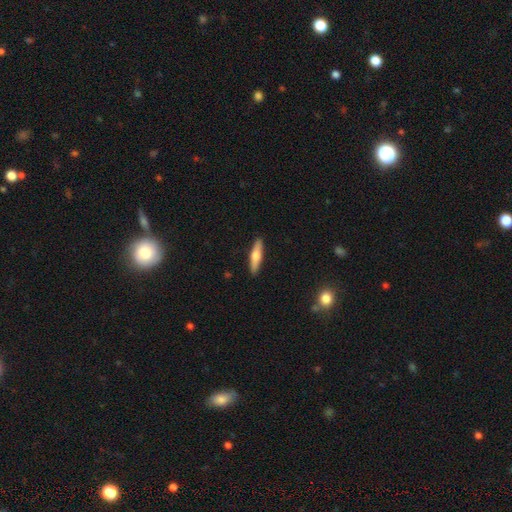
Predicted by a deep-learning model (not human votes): This appears to be a smooth galaxy with no disk features (58%) that is cigar-shaped (79%). Merging: none (90%).